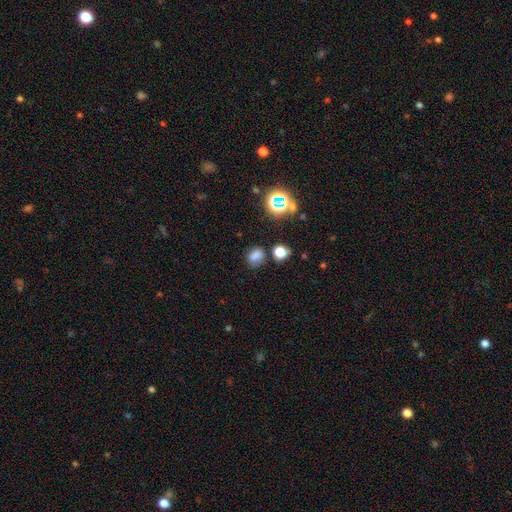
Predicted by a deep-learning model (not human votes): smooth 71%, star or artifact 22%, featured or disk 7%. Down the decision tree: how rounded — in between (54%); merging — none (70%).